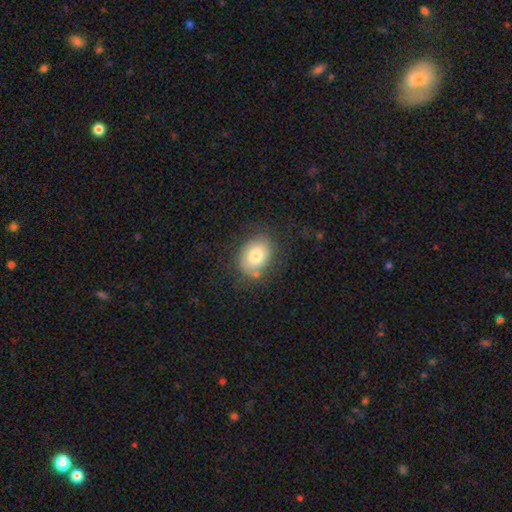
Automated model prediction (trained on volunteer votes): Q: Smooth or featured?
A: smooth (76%); runner-up: featured or disk (15%)
Q: How rounded?
A: in between (61%); runner-up: round (38%)
Q: Merging?
A: none (71%); runner-up: minor disturbance (18%)